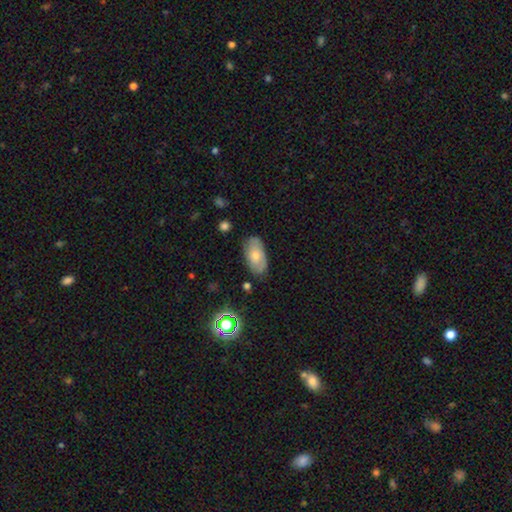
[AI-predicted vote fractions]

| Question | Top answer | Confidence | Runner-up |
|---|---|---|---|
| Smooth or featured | smooth | 71% | featured or disk (22%) |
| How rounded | in between | 93% | round (4%) |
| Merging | none | 78% | minor disturbance (17%) |